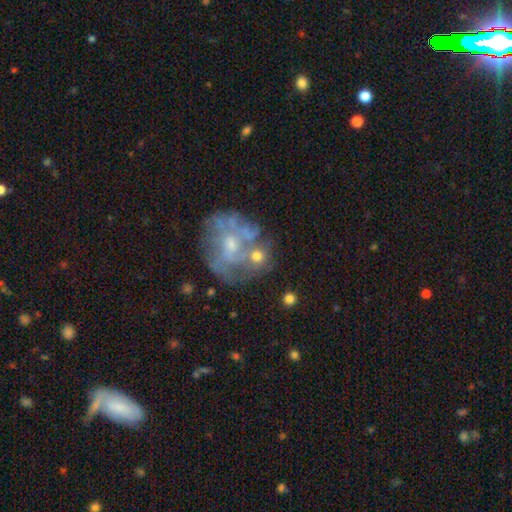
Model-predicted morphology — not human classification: A featured or disk galaxy (66%) with no bar (77%), no spiral arms (59%) and a moderate central bulge (42%).

Vote fractions:
- Smooth or featured? featured or disk: 66% / smooth: 22% / star or artifact: 12%
- Edge-on disk? no: 98% / yes: 2%
- Bar? no: 77% / weak: 19% / strong: 4%
- Spiral arms? no: 59% / yes: 41%
- Bulge size? moderate: 42% / small: 40% / none: 13% / large: 3% / dominant: 1%
- Merging? none: 48% / major disturbance: 18% / minor disturbance: 18% / merger: 16%